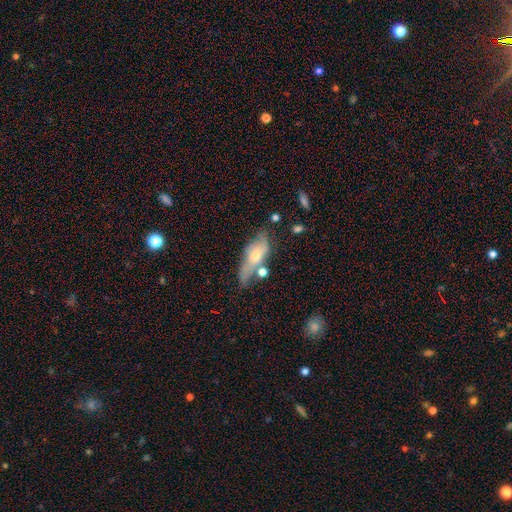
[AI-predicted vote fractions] smooth-or-featured: featured or disk: 48% | smooth: 45% | star or artifact: 7%
  merging: none: 50% | minor disturbance: 26% | merger: 13% | major disturbance: 10%